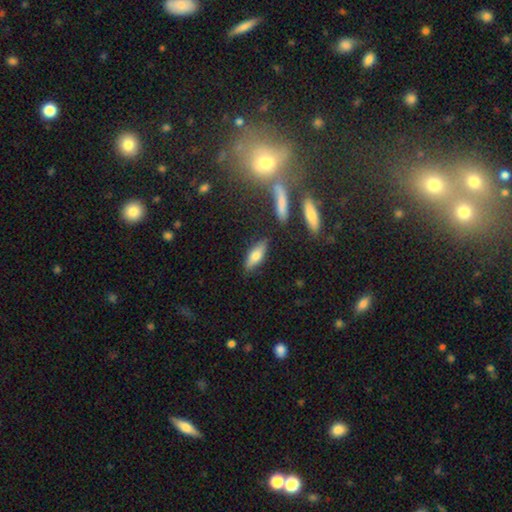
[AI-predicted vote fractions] Morphology: type=smooth (69%); roundness=in between (65%); merging=none (80%).